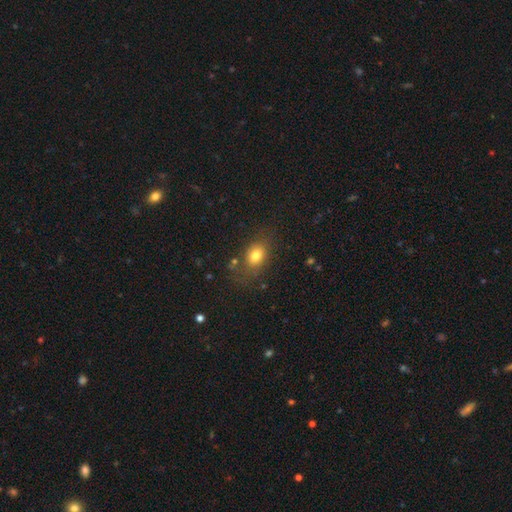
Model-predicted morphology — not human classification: type=smooth (77%); roundness=in between (66%); merging=none (71%).